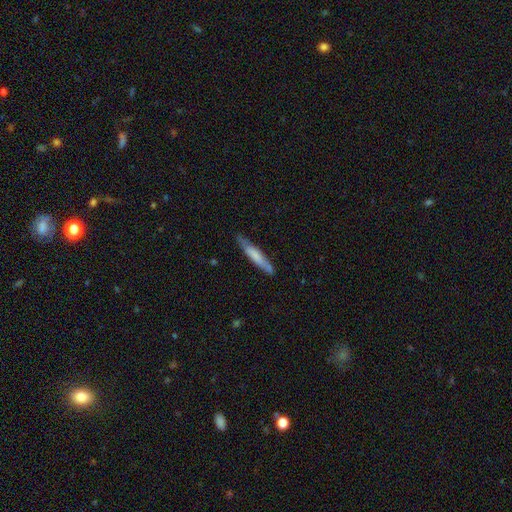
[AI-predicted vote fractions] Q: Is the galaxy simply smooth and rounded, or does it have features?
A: smooth — 59%.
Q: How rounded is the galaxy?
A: cigar-shaped — 90%.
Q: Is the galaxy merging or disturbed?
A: none — 77%.